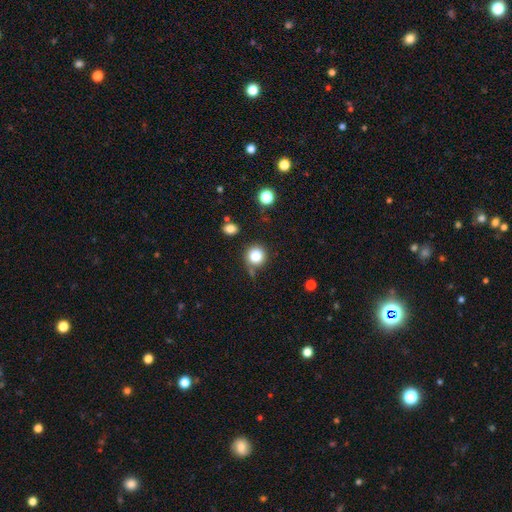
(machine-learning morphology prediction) Smooth or featured? Predicted: smooth (p=0.80). How rounded? Predicted: round (p=0.91). Merging? Predicted: none (p=0.76).